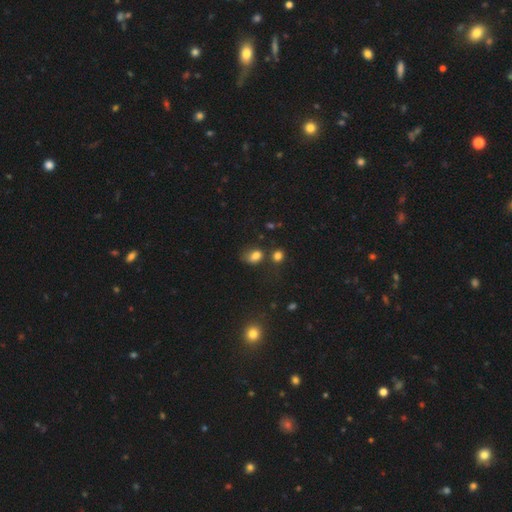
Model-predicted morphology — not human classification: Smooth or featured? smooth (77%)
How rounded? in between (63%)
Merging? none (43%)